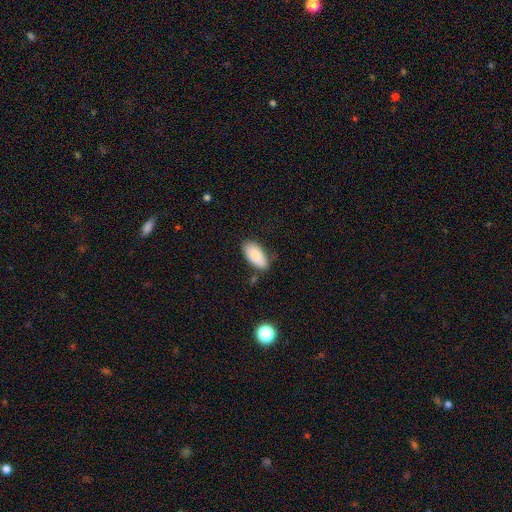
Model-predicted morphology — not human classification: smooth-or-featured: smooth: 78% | featured or disk: 15% | star or artifact: 7%
  how-rounded: in between: 93% | cigar-shaped: 4% | round: 3%
  merging: none: 77% | minor disturbance: 17% | major disturbance: 3% | merger: 3%